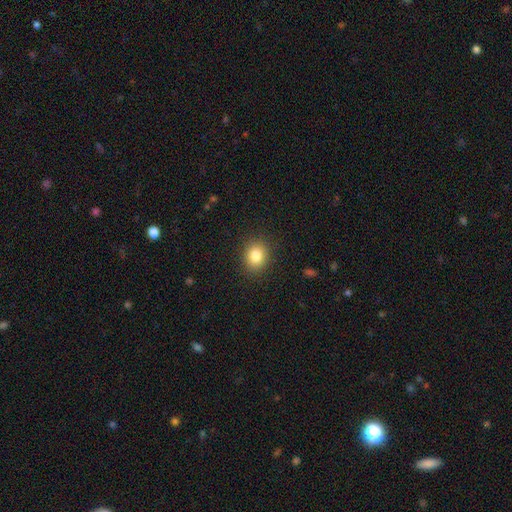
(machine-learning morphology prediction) smooth_or_featured: smooth (p=0.83) [alt: star or artifact p=0.10]
how_rounded: round (p=0.68) [alt: in between p=0.31]
merging: none (p=0.89) [alt: minor disturbance p=0.07]